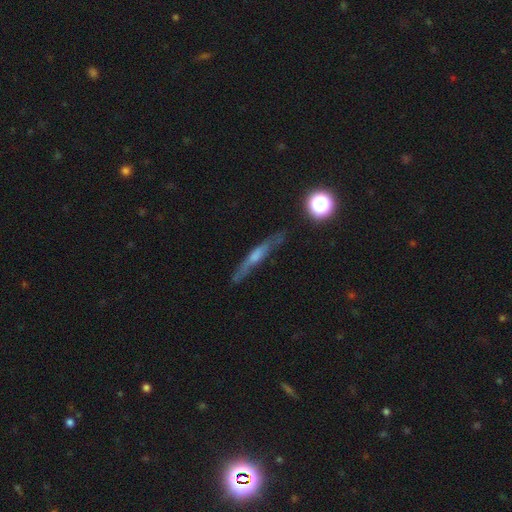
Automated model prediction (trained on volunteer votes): Smooth or featured: featured or disk — 58% (smooth — 31%)
Edge-on disk: yes — 90% (no — 10%)
Edge-on bulge: rounded — 58% (none — 28%)
Merging: none — 78% (minor disturbance — 15%)